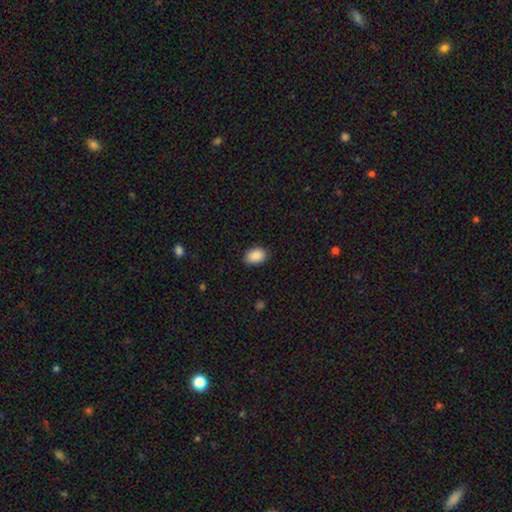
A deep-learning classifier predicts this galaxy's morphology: A smooth galaxy with no disk features (90%) that is in between round and cigar-shaped (82%).

Vote fractions:
- Smooth or featured? smooth: 90% / star or artifact: 7% / featured or disk: 3%
- How rounded? in between: 82% / round: 17% / cigar-shaped: 1%
- Merging? none: 87% / minor disturbance: 10% / major disturbance: 2% / merger: 1%